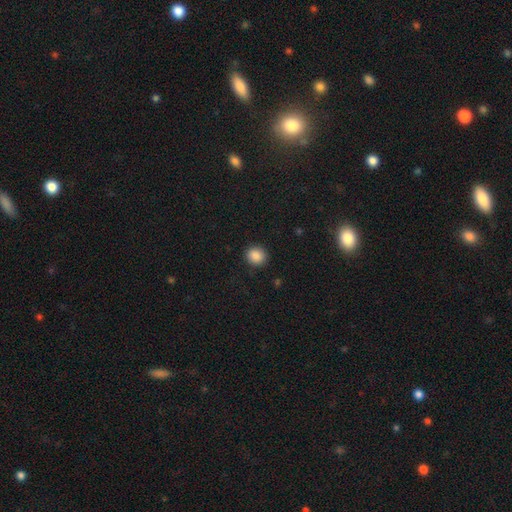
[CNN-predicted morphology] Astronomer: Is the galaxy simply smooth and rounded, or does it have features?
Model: smooth — 88%.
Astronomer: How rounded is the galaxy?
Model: round — 82%.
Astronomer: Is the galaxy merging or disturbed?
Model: none — 90%.